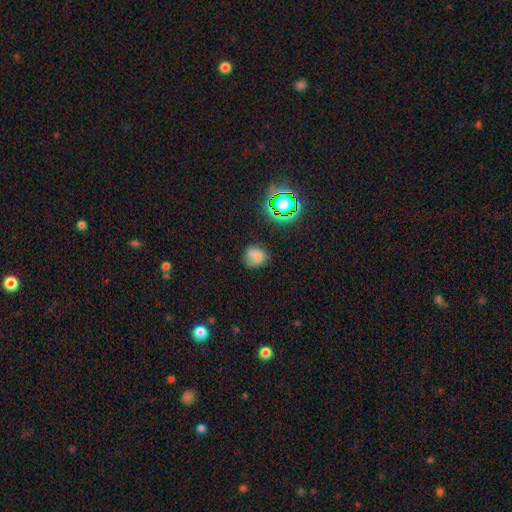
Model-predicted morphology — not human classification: Smooth or featured? Predicted: smooth (p=0.64). How rounded? Predicted: round (p=0.74). Merging? Predicted: none (p=0.65).